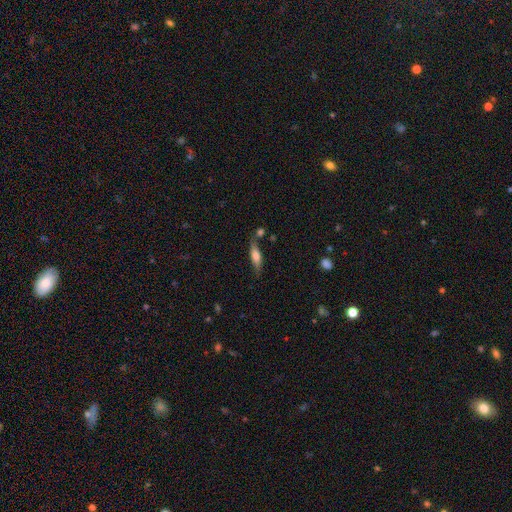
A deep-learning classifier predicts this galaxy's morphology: The model was most divided on "smooth or featured": smooth: 55%, featured or disk: 38%, star or artifact: 7%. More confident: merging — none (69%); how rounded — cigar-shaped (62%).